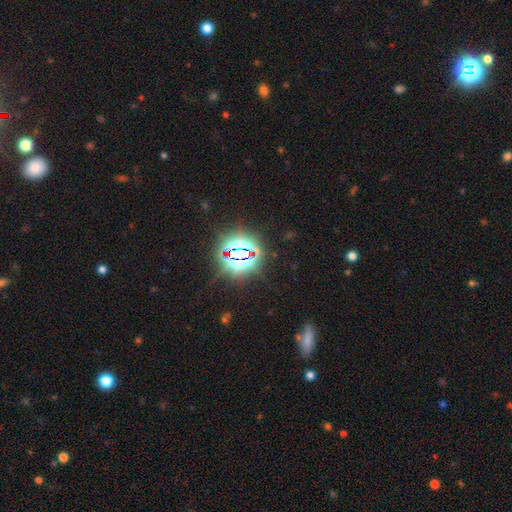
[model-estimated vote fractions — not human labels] A star or artifact, not a galaxy (82%).

Vote fractions:
- Smooth or featured? star or artifact: 82% / smooth: 11% / featured or disk: 7%